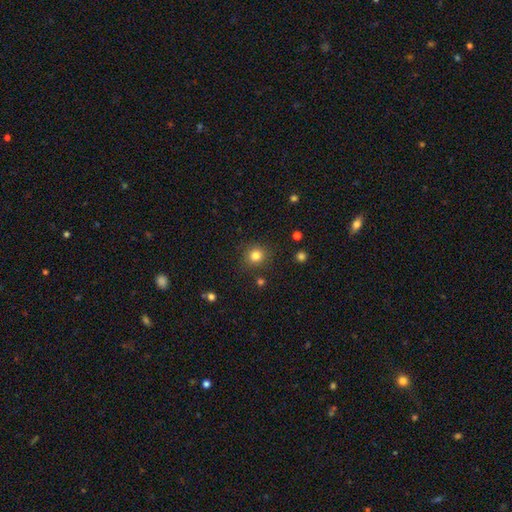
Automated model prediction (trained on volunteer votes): Smooth or featured? Predicted: smooth (p=0.82). How rounded? Predicted: round (p=0.90). Merging? Predicted: none (p=0.87).